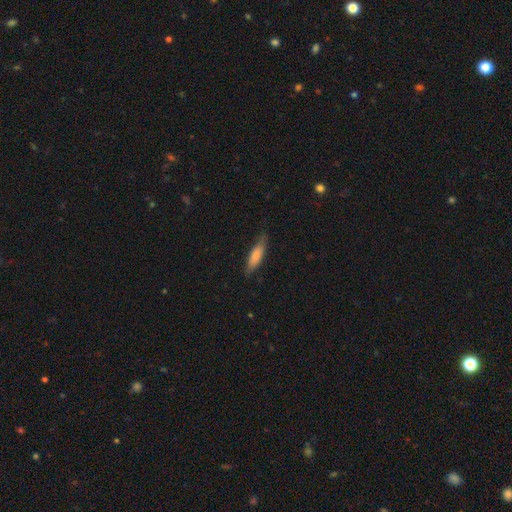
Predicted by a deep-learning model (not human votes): The model was most divided on "how rounded": cigar-shaped: 64%, in between: 34%, round: 2%. More confident: smooth or featured — smooth (80%); merging — none (76%).